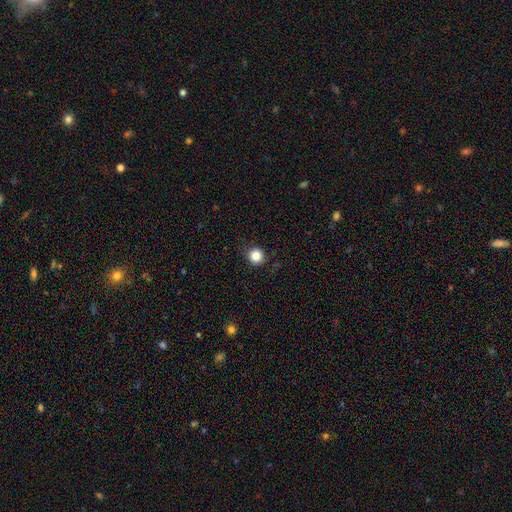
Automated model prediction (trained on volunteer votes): smooth 84%, star or artifact 11%, featured or disk 5%. Down the decision tree: how rounded — round (93%); merging — none (89%).